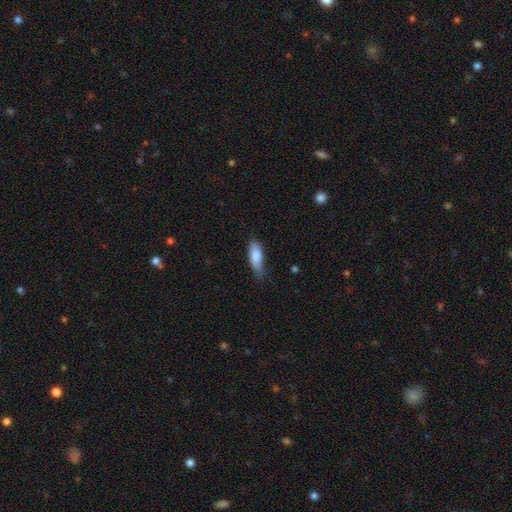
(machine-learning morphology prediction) This appears to be a smooth galaxy with no disk features (81%) that is in between round and cigar-shaped (60%). Merging: none (65%).